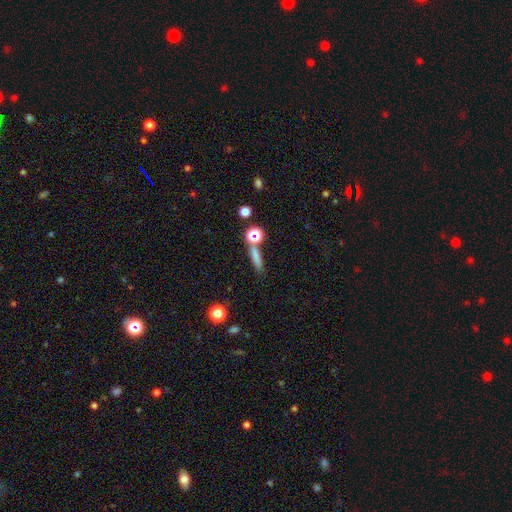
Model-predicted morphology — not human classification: Overall: smooth (68%). How rounded: cigar-shaped (71%). Merging: none (69%).